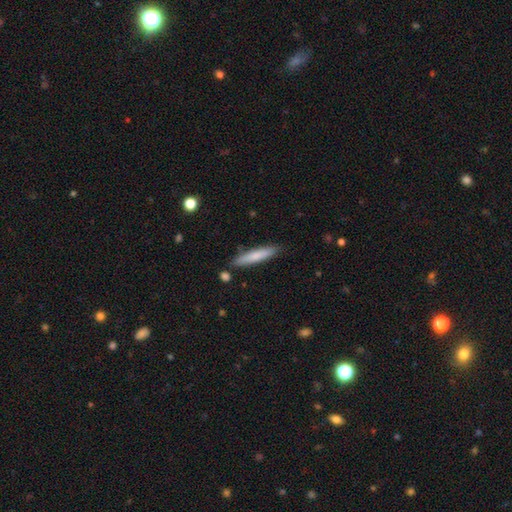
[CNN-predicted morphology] smooth-or-featured: smooth: 74% | featured or disk: 20% | star or artifact: 6%
  how-rounded: cigar-shaped: 90% | in between: 9% | round: 1%
  merging: none: 85% | minor disturbance: 11% | merger: 3% | major disturbance: 2%